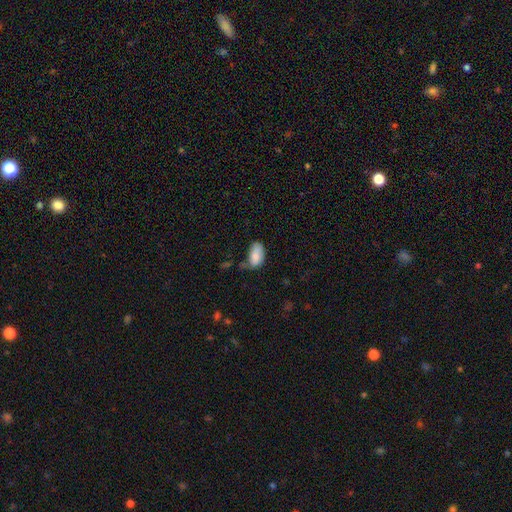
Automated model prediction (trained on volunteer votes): smooth 84%, featured or disk 9%, star or artifact 7%. Down the decision tree: how rounded — in between (93%); merging — none (43%).